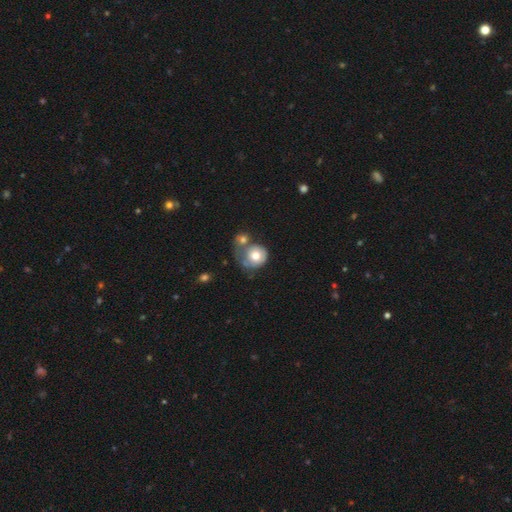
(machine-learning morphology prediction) Smooth or featured? Predicted: smooth (p=0.66). How rounded? Predicted: round (p=0.82). Merging? Predicted: merger (p=0.40).